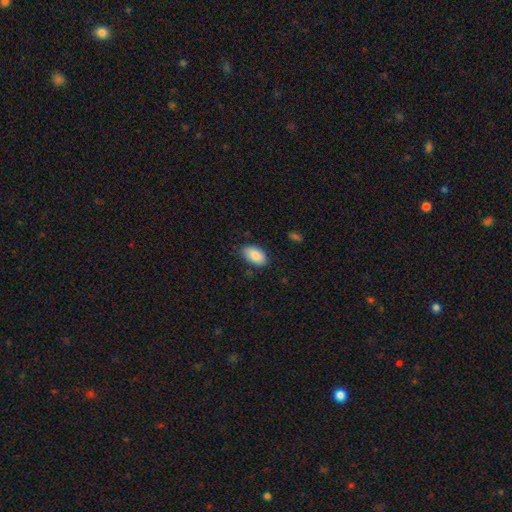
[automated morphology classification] type=smooth (87%); roundness=in between (94%); merging=none (81%).